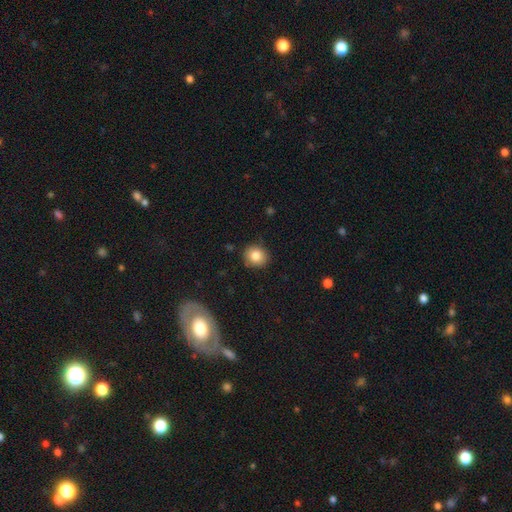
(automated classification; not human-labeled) smooth-or-featured: smooth: 83% | star or artifact: 10% | featured or disk: 8%
  how-rounded: round: 83% | in between: 16% | cigar-shaped: 1%
  merging: none: 87% | minor disturbance: 9% | major disturbance: 2% | merger: 1%